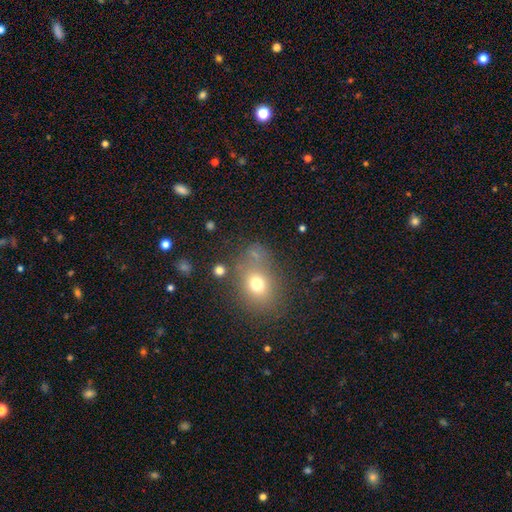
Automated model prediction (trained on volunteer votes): The model was most divided on "how rounded": round: 50%, in between: 49%, cigar-shaped: 2%. More confident: smooth or featured — smooth (66%); merging — none (63%).